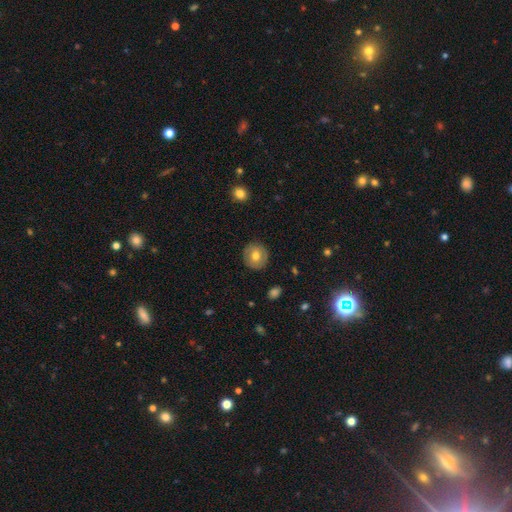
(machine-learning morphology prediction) Smooth or featured: smooth — 63% (featured or disk — 29%)
How rounded: round — 88% (in between — 11%)
Merging: none — 88% (minor disturbance — 9%)